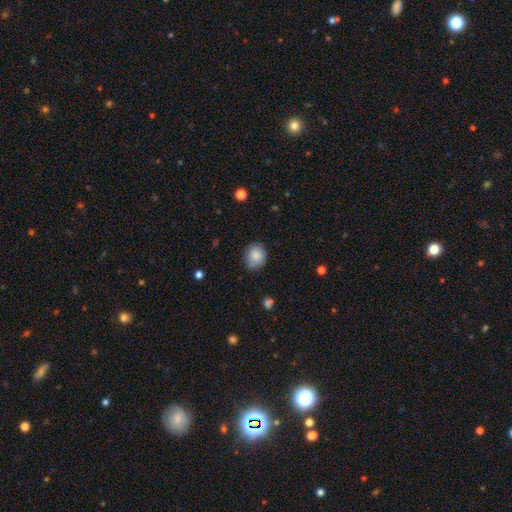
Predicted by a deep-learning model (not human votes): Smooth or featured: smooth — 85% (star or artifact — 8%)
How rounded: round — 63% (in between — 36%)
Merging: none — 75% (minor disturbance — 20%)